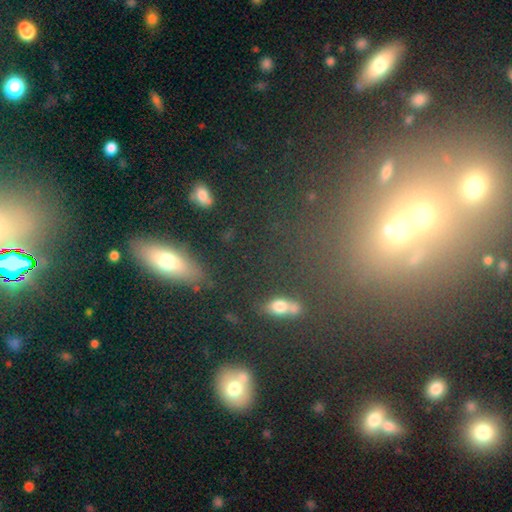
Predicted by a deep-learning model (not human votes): smooth-or-featured: smooth: 47% | star or artifact: 28% | featured or disk: 24%
  merging: none: 76% | merger: 10% | minor disturbance: 10% | major disturbance: 4%